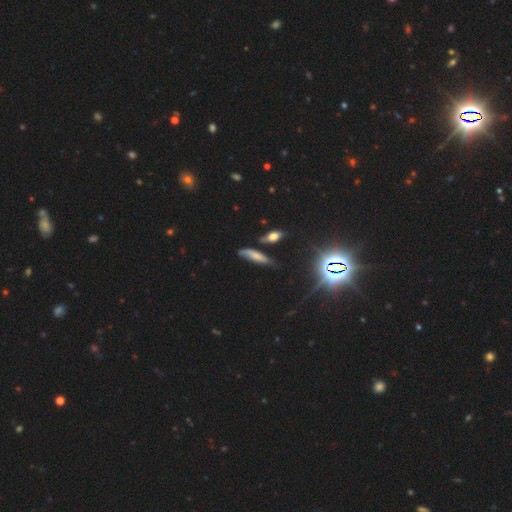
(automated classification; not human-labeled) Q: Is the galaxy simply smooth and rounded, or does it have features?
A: smooth — 53%.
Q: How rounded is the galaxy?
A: cigar-shaped — 54%.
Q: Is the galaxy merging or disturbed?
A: none — 52%.